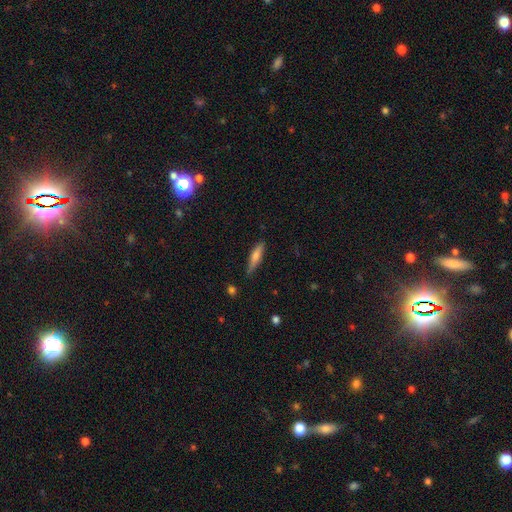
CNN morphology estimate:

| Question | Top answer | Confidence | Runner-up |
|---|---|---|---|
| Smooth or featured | smooth | 62% | featured or disk (32%) |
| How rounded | cigar-shaped | 80% | in between (18%) |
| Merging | none | 83% | minor disturbance (14%) |